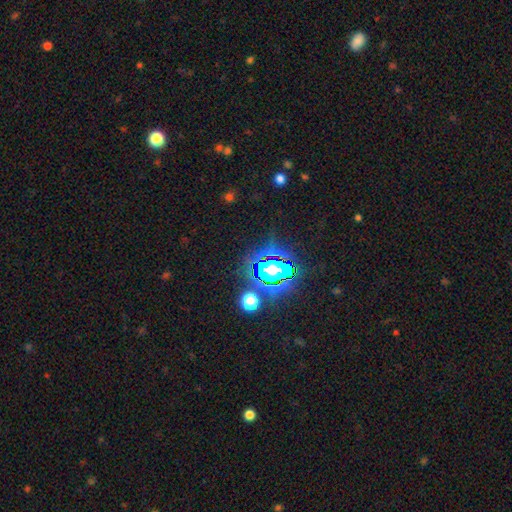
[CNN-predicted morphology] The model was most divided on "smooth or featured": star or artifact: 82%, smooth: 11%, featured or disk: 7%.